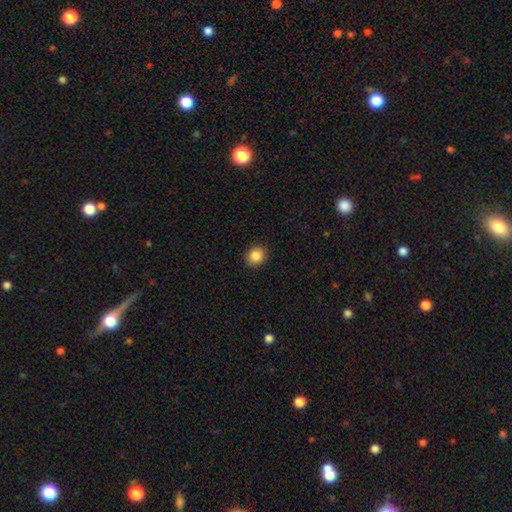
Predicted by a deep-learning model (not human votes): The model was most divided on "how rounded": round: 80%, in between: 19%, cigar-shaped: 1%. More confident: merging — none (92%); smooth or featured — smooth (85%).